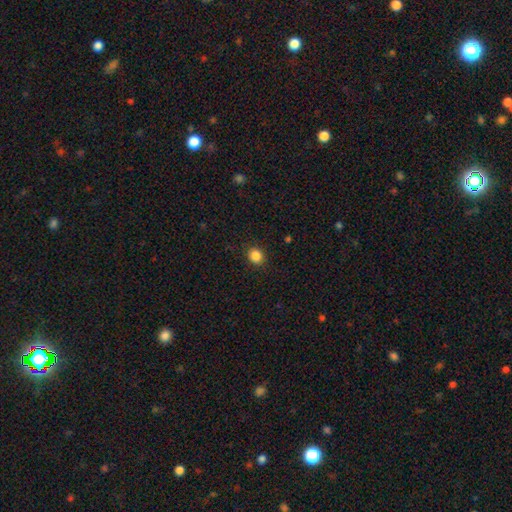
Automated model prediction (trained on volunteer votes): The model was most divided on "how rounded": round: 70%, in between: 29%, cigar-shaped: 1%. More confident: merging — none (90%); smooth or featured — smooth (86%).